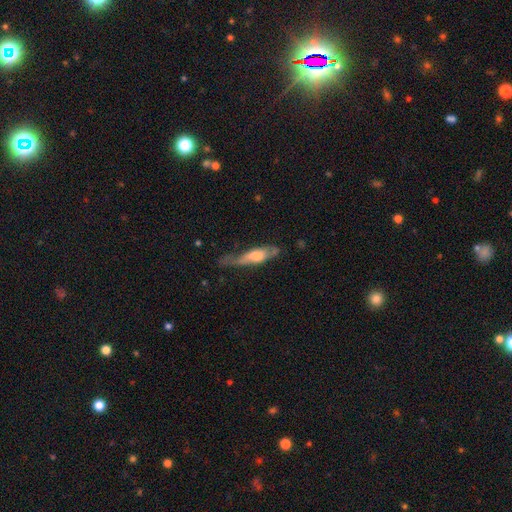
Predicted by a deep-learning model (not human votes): smooth_or_featured: smooth (p=0.55) [alt: featured or disk p=0.39]
how_rounded: cigar-shaped (p=0.64) [alt: in between p=0.34]
merging: none (p=0.36) [alt: minor disturbance p=0.34]